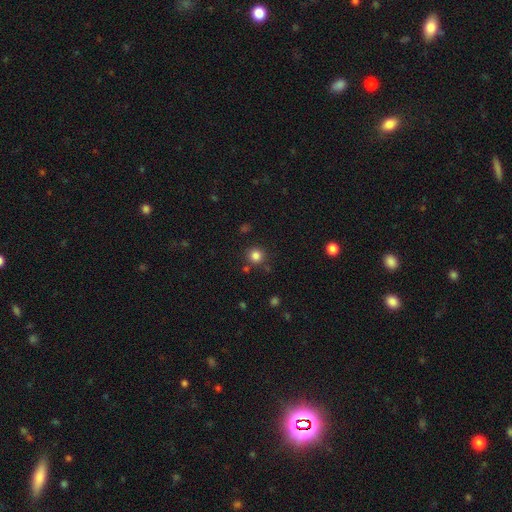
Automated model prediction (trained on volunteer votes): smooth_or_featured: smooth (p=0.82) [alt: star or artifact p=0.13]
how_rounded: round (p=0.93) [alt: in between p=0.06]
merging: none (p=0.85) [alt: minor disturbance p=0.08]